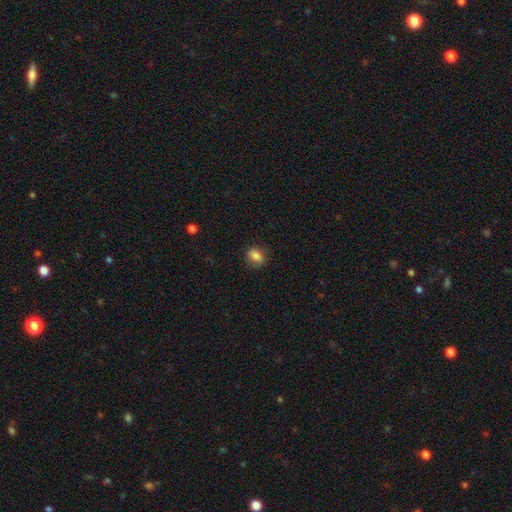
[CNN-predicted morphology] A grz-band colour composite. It shows a smooth galaxy with no disk features (84%) that is in between round and cigar-shaped (70%). Merging: none (76%).